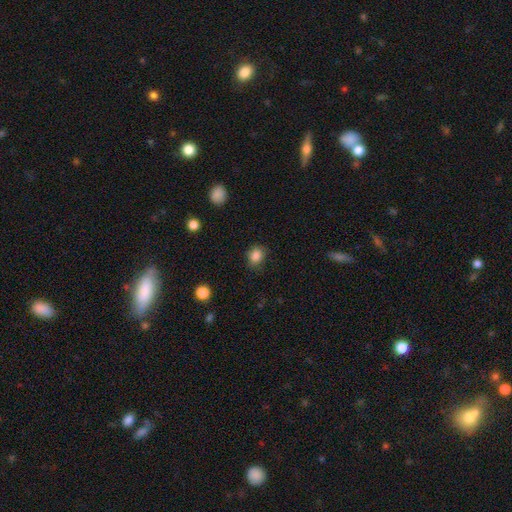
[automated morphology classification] Overall: smooth (85%). How rounded: round (62%; in between 37%). Merging: none (79%).